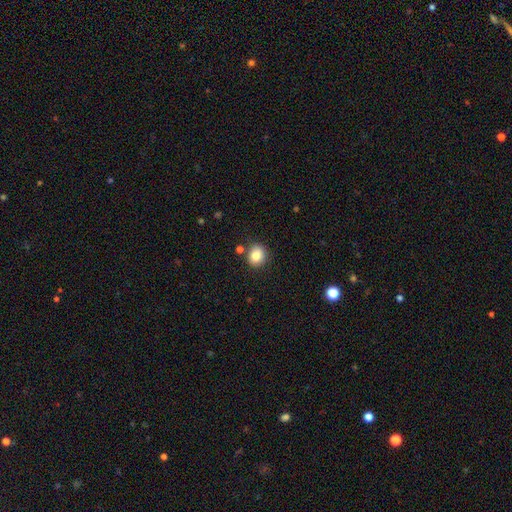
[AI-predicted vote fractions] Smooth or featured? smooth (82%)
How rounded? round (81%)
Merging? none (83%)